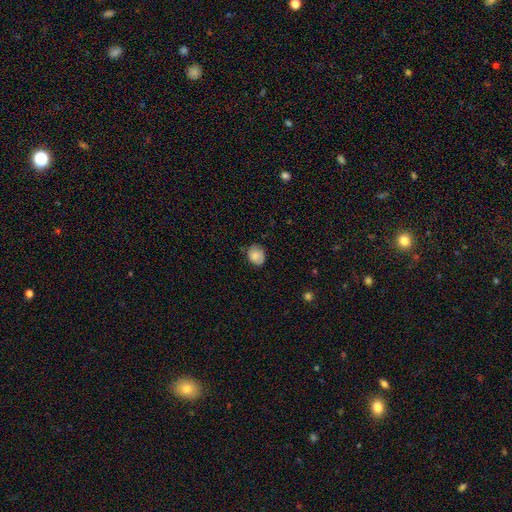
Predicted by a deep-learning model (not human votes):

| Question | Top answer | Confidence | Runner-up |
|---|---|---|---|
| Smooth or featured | smooth | 81% | featured or disk (10%) |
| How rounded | round | 55% | in between (44%) |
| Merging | none | 68% | minor disturbance (25%) |